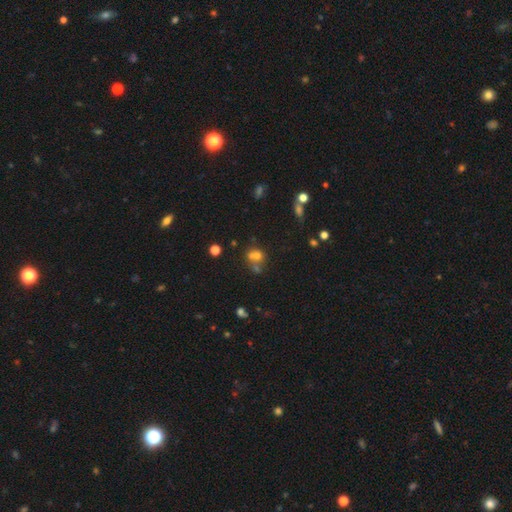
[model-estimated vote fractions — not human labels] Q: Smooth or featured?
A: smooth (63%); runner-up: star or artifact (20%)
Q: How rounded?
A: round (64%); runner-up: in between (34%)
Q: Merging?
A: merger (50%); runner-up: none (34%)